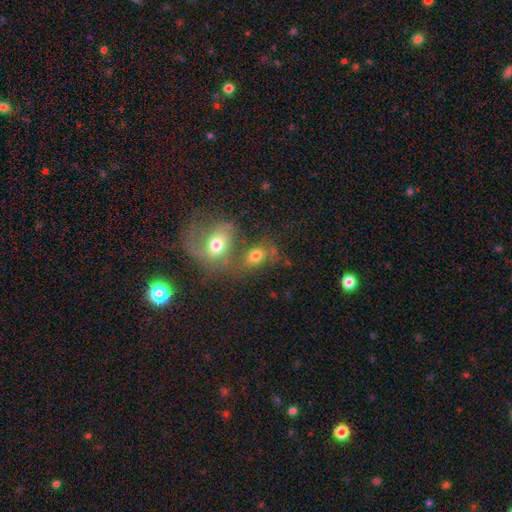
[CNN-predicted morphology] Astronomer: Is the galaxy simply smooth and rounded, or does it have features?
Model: smooth — 67%.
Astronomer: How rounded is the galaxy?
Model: in between — 61% (runner-up: round, 37%).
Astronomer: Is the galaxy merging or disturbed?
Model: merger — 49% (runner-up: none, 31%).